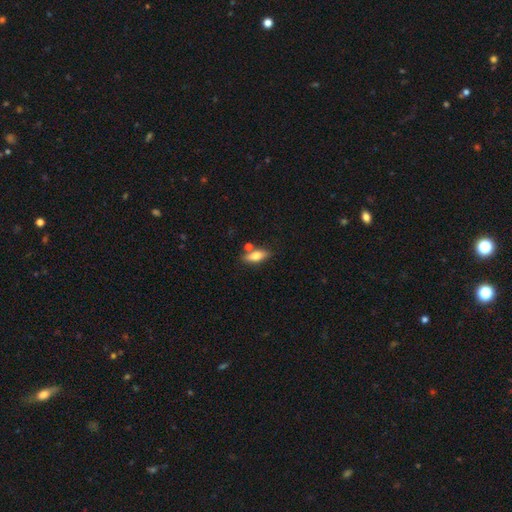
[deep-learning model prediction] smooth 72%, featured or disk 21%, star or artifact 7%. Down the decision tree: how rounded — in between (73%); merging — none (72%).